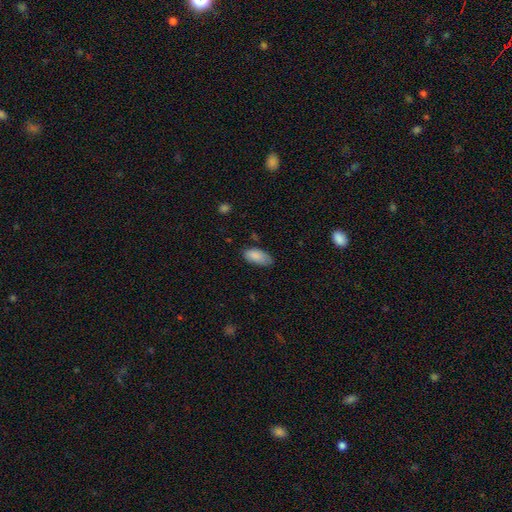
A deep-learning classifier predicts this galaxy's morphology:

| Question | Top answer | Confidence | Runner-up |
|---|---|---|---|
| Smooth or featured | smooth | 86% | star or artifact (7%) |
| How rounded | in between | 91% | cigar-shaped (7%) |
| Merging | none | 65% | minor disturbance (27%) |